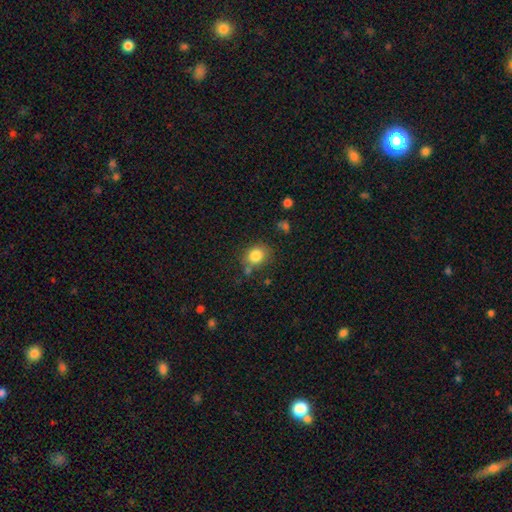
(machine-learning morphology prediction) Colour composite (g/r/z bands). It shows a smooth galaxy with no disk features (82%) that is round (68%). Merging: none (72%).